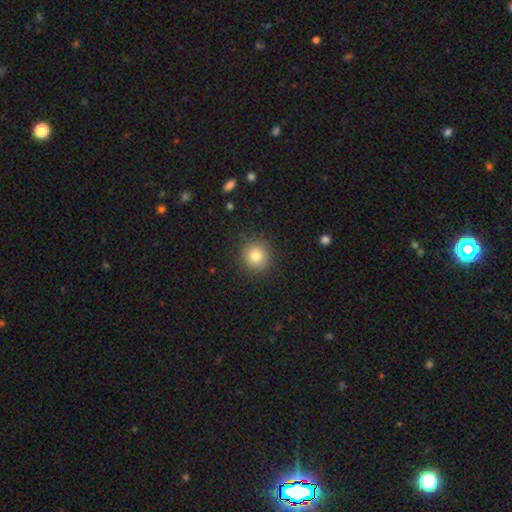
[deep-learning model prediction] The model was most divided on "smooth or featured": smooth: 80%, star or artifact: 11%, featured or disk: 8%. More confident: how rounded — round (92%); merging — none (90%).